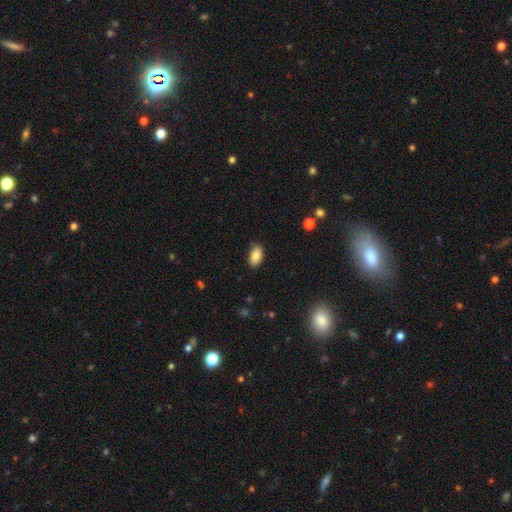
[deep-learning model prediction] Smooth or featured? Predicted: smooth (p=0.86). How rounded? Predicted: in between (p=0.93). Merging? Predicted: none (p=0.82).